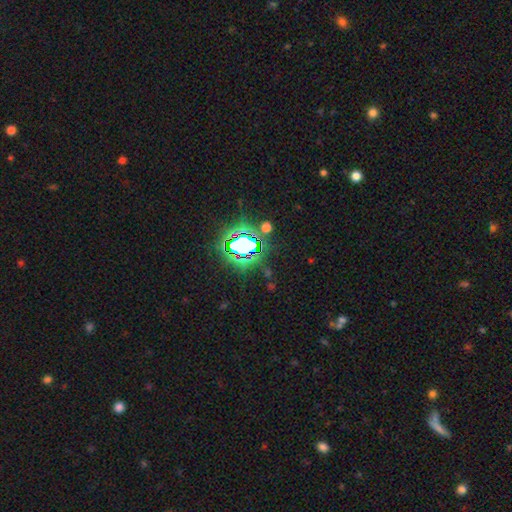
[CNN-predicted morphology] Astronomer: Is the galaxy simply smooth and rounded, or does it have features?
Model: star or artifact — 81%.